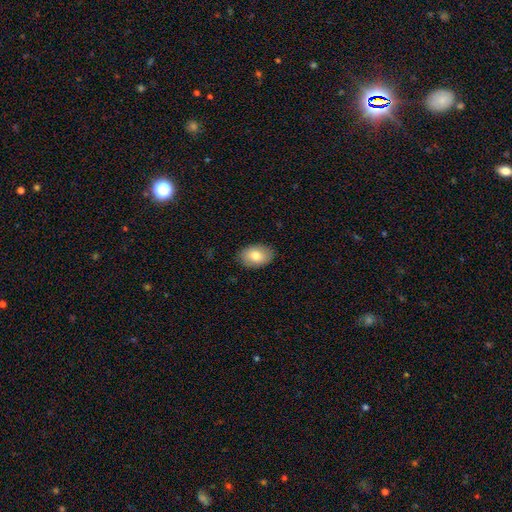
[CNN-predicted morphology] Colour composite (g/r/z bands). It shows a smooth galaxy with no disk features (79%) that is in between round and cigar-shaped (87%). Merging: none (88%).